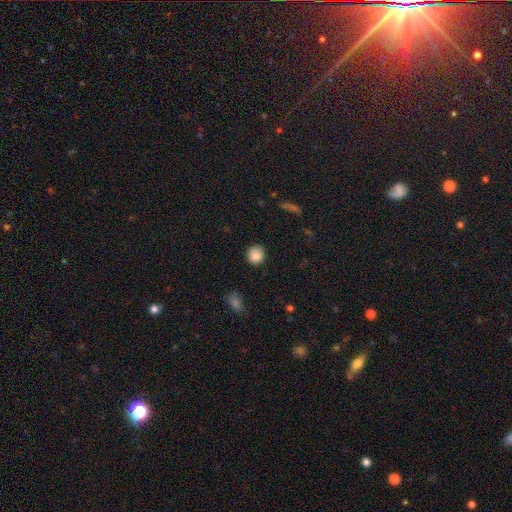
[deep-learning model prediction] Smooth or featured? smooth (87%)
How rounded? round (91%)
Merging? none (88%)